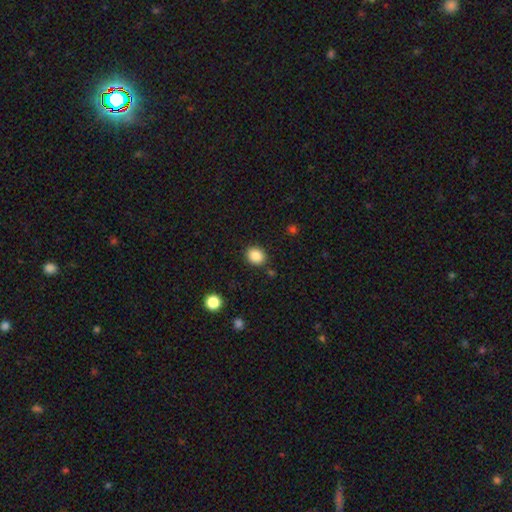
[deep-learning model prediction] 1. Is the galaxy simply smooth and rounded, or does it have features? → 86% smooth, 9% star or artifact, 5% featured or disk.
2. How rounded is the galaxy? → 63% round, 36% in between, 1% cigar-shaped.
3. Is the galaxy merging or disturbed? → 87% none, 8% minor disturbance, 2% merger, 2% major disturbance.